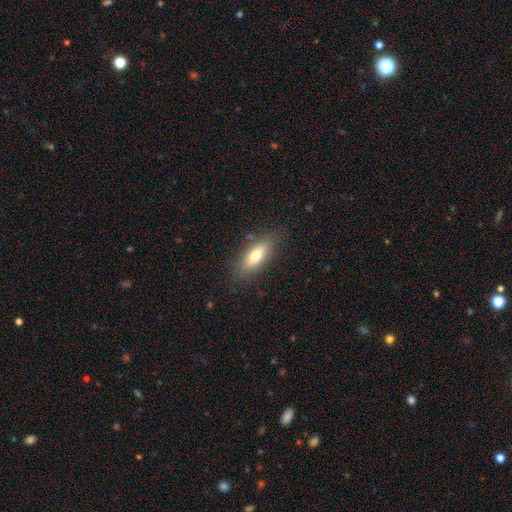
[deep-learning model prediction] The model was most divided on "smooth or featured": smooth: 71%, featured or disk: 21%, star or artifact: 8%. More confident: merging — none (80%); how rounded — in between (76%).